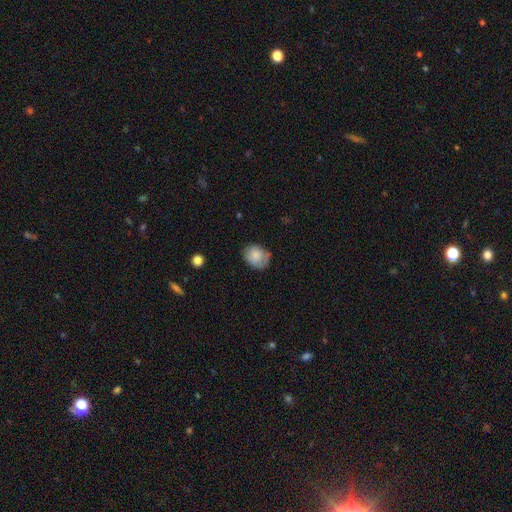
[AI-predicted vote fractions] Smooth or featured? Predicted: smooth (p=0.75). How rounded? Predicted: in between (p=0.50). Merging? Predicted: none (p=0.59).